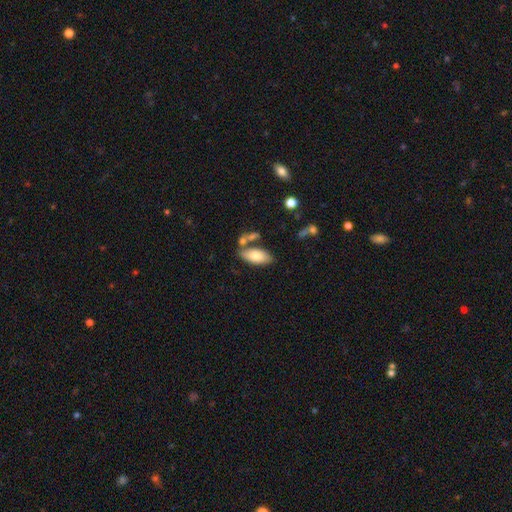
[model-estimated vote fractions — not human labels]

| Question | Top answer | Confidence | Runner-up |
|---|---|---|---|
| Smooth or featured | smooth | 77% | featured or disk (16%) |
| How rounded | in between | 88% | cigar-shaped (9%) |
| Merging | none | 64% | merger (17%) |